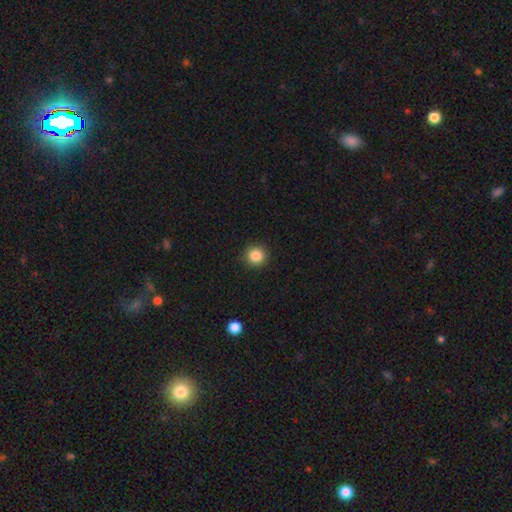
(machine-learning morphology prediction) smooth_or_featured: smooth (p=0.85) [alt: star or artifact p=0.11]
how_rounded: round (p=0.94) [alt: in between p=0.05]
merging: none (p=0.91) [alt: minor disturbance p=0.06]